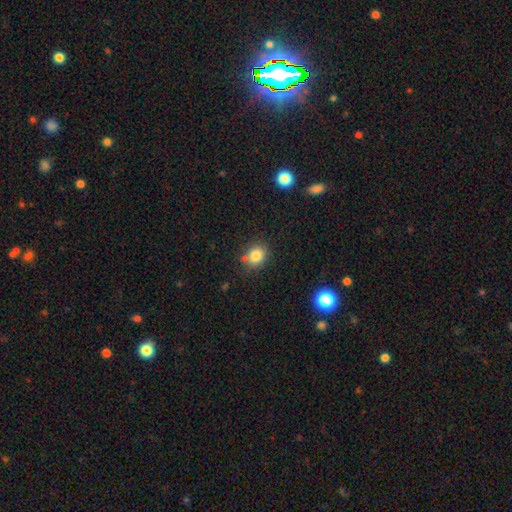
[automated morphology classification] smooth_or_featured: smooth (p=0.82) [alt: star or artifact p=0.11]
how_rounded: round (p=0.71) [alt: in between p=0.28]
merging: none (p=0.72) [alt: minor disturbance p=0.15]